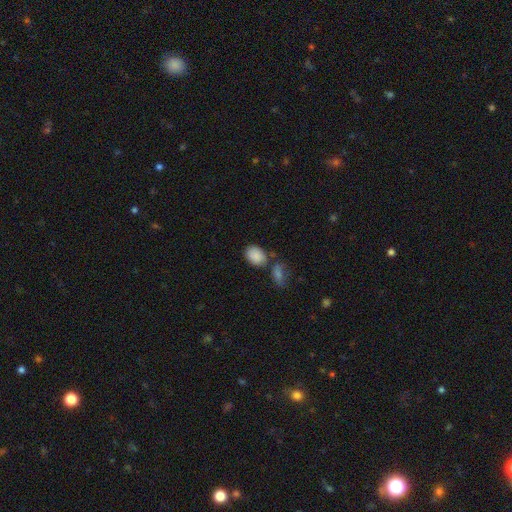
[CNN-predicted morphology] Q: Smooth or featured?
A: smooth (87%); runner-up: star or artifact (8%)
Q: How rounded?
A: in between (72%); runner-up: round (27%)
Q: Merging?
A: none (57%); runner-up: merger (21%)